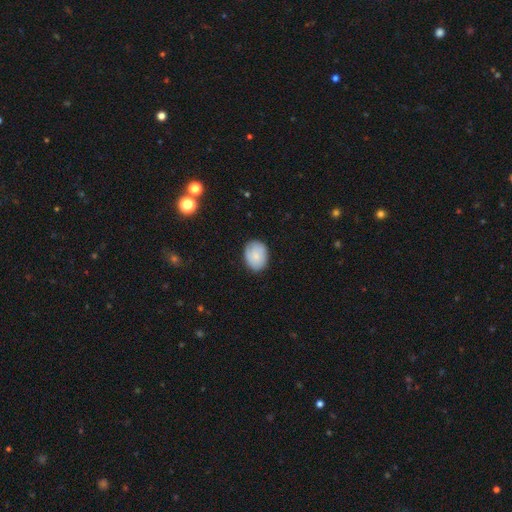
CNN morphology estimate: The model was most divided on "how rounded": in between: 60%, round: 39%, cigar-shaped: 1%. More confident: merging — none (81%); smooth or featured — smooth (77%).